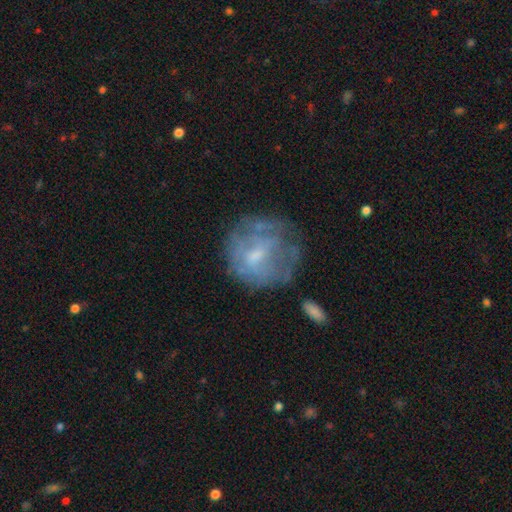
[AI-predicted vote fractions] Smooth or featured? Predicted: featured or disk (p=0.52). Edge-on disk? Predicted: no (p=0.97). Bar? Predicted: no (p=0.59). Spiral arms? Predicted: no (p=0.72). Bulge size? Predicted: small (p=0.40, tied with moderate). Merging? Predicted: none (p=0.53).